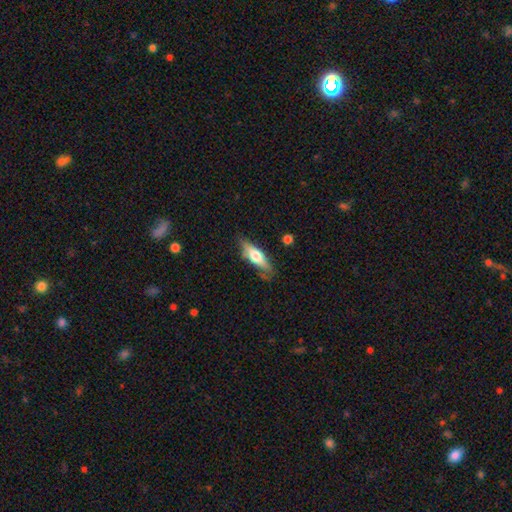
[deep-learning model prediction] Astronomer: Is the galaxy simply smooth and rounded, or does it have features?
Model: smooth — 48% (runner-up: featured or disk, 46%).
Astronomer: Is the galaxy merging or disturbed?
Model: none — 76%.